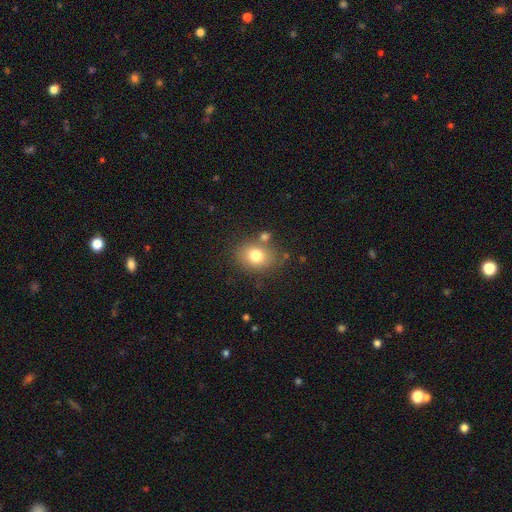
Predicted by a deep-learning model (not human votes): Q: Smooth or featured?
A: smooth (77%); runner-up: featured or disk (12%)
Q: How rounded?
A: in between (50%); runner-up: round (49%)
Q: Merging?
A: none (71%); runner-up: minor disturbance (15%)